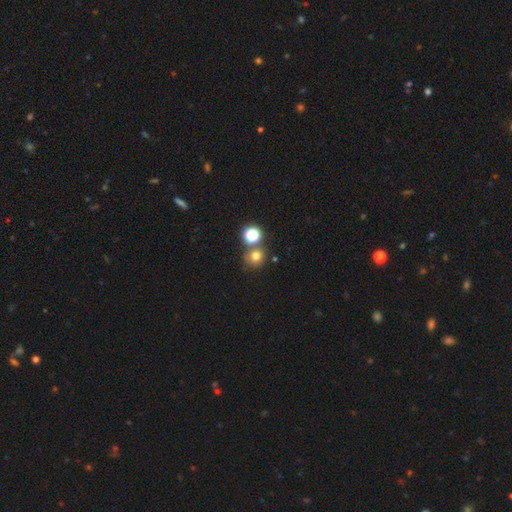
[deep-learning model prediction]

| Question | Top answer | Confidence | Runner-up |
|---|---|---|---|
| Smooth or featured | smooth | 71% | star or artifact (20%) |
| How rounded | round | 87% | in between (12%) |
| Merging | none | 67% | merger (21%) |